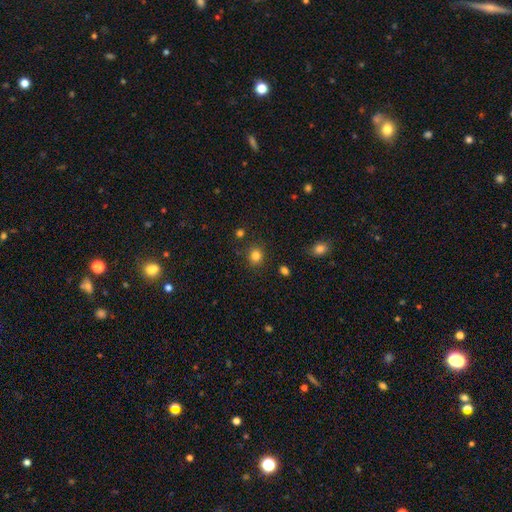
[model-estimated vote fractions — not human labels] This appears to be a smooth galaxy with no disk features (83%) that is round (83%). Merging: none (87%).